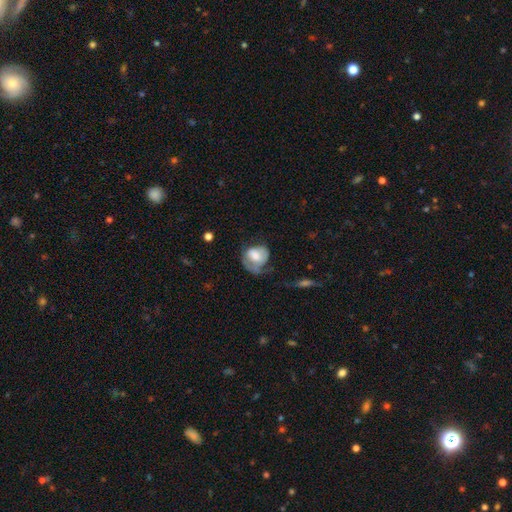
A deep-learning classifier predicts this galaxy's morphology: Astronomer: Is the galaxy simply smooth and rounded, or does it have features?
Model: smooth — 55% (runner-up: featured or disk, 38%).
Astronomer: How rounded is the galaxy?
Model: round — 57% (runner-up: in between, 42%).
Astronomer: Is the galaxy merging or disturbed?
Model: major disturbance — 39% (runner-up: minor disturbance, 29%).